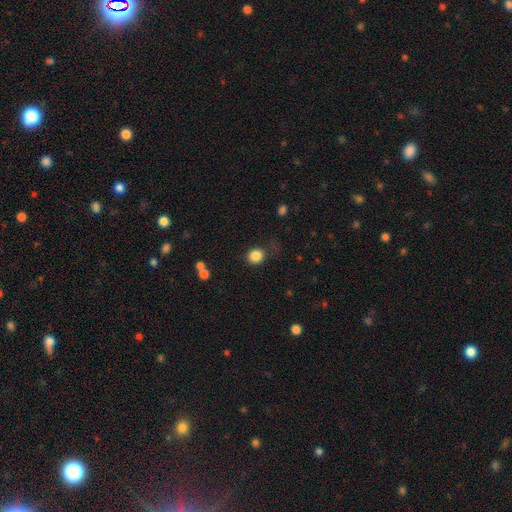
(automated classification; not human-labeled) Smooth or featured?
  - smooth: 85% *
  - star or artifact: 10%
  - featured or disk: 5%
How rounded?
  - round: 80% *
  - in between: 19%
  - cigar-shaped: 1%
Merging?
  - none: 76% *
  - minor disturbance: 15%
  - major disturbance: 6%
  - merger: 2%